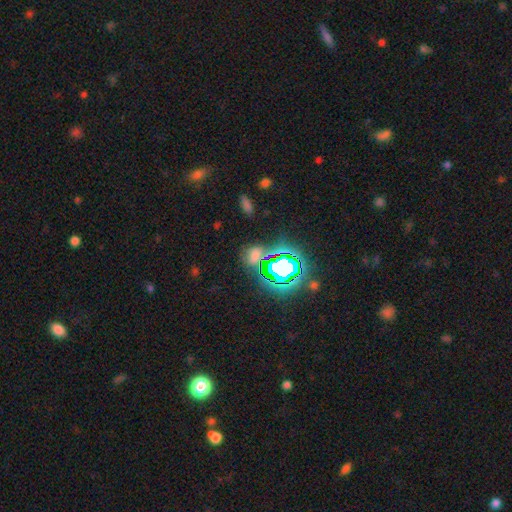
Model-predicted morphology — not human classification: Smooth or featured? Predicted: star or artifact (p=0.59).